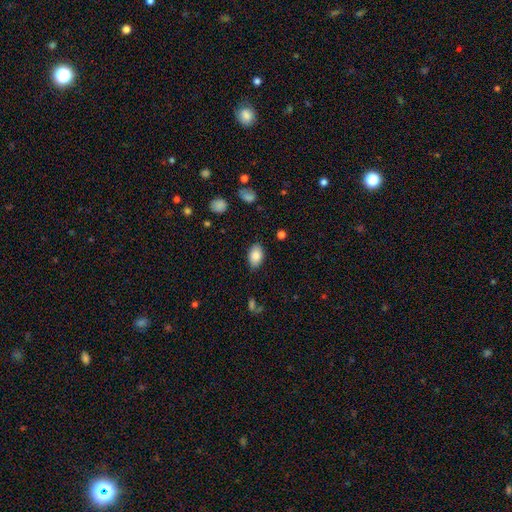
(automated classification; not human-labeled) Smooth or featured? Predicted: smooth (p=0.87). How rounded? Predicted: in between (p=0.90). Merging? Predicted: none (p=0.83).